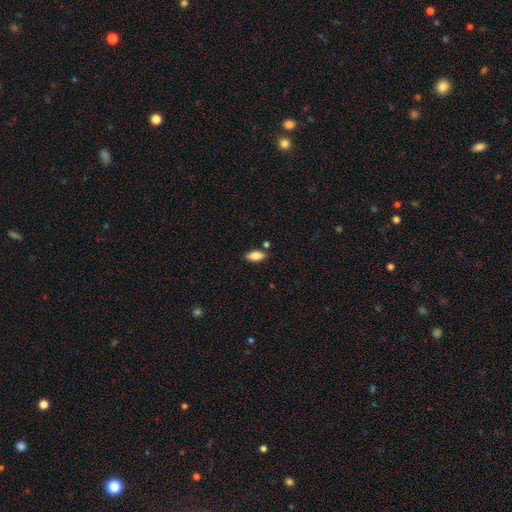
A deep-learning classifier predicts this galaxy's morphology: A smooth galaxy with no disk features (81%) that is in between round and cigar-shaped (86%). Merging: none (83%).